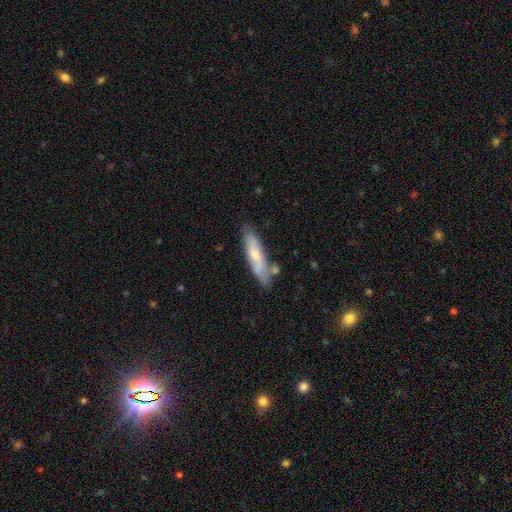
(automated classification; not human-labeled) smooth_or_featured: smooth (p=0.58) [alt: featured or disk p=0.36]
how_rounded: cigar-shaped (p=0.72) [alt: in between p=0.26]
merging: none (p=0.64) [alt: minor disturbance p=0.21]